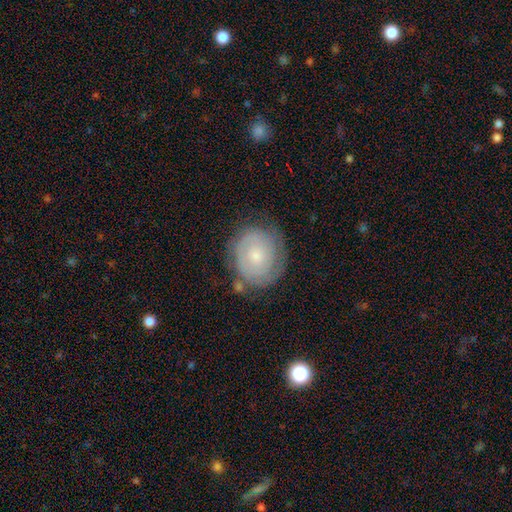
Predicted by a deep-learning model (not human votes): featured or disk 64%, smooth 28%, star or artifact 7%. Down the decision tree: edge-on disk — no (97%); bar — no (81%); spiral arms — yes (84%); spiral arm count — can't tell (41%); spiral winding — tight (79%); bulge size — small (64%); merging — none (73%).